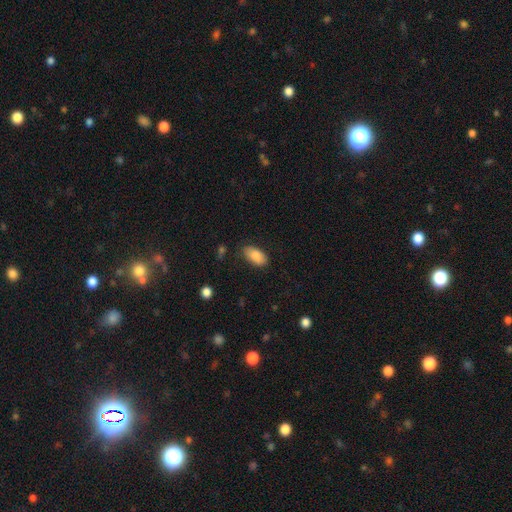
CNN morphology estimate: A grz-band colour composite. It shows a smooth galaxy with no disk features (86%) that is in between round and cigar-shaped (93%). Merging: none (79%).